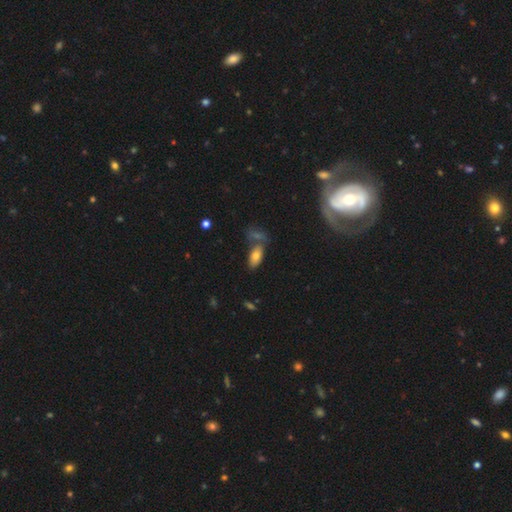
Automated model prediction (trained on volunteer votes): A smooth galaxy with no disk features (77%) that is in between round and cigar-shaped (88%). Merging: none (54%).